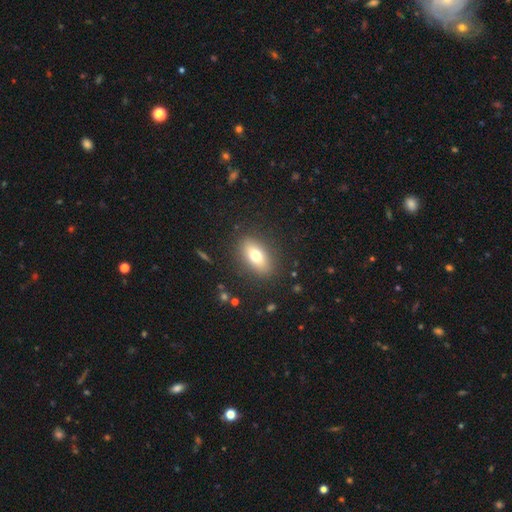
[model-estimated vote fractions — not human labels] A smooth galaxy with no disk features (71%) that is in between round and cigar-shaped (82%).

Vote fractions:
- Smooth or featured? smooth: 71% / featured or disk: 20% / star or artifact: 9%
- How rounded? in between: 82% / cigar-shaped: 9% / round: 9%
- Merging? none: 86% / minor disturbance: 9% / major disturbance: 4% / merger: 1%